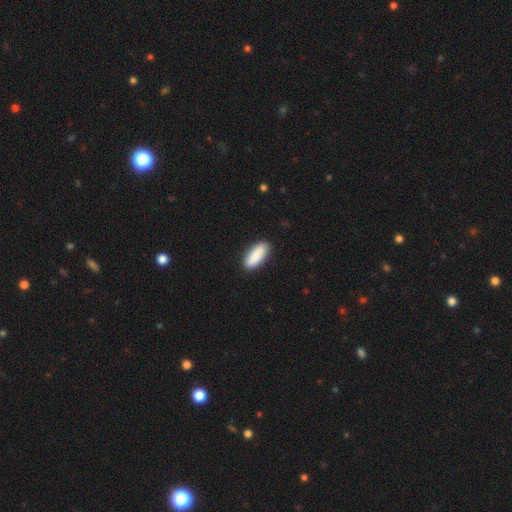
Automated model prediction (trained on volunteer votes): smooth_or_featured: smooth (p=0.89) [alt: featured or disk p=0.05]
how_rounded: in between (p=0.76) [alt: cigar-shaped p=0.22]
merging: none (p=0.89) [alt: minor disturbance p=0.09]